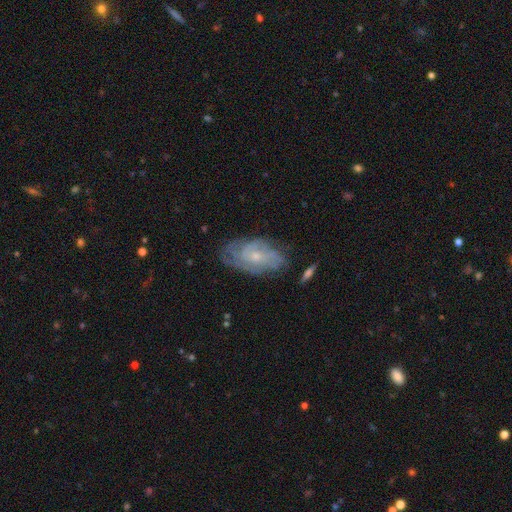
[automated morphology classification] The model was most divided on "spiral winding": tight: 61%, medium: 30%, loose: 9%. Remaining: edge-on disk — no (94%); spiral arms — yes (88%); smooth or featured — featured or disk (74%); bar — no (72%); merging — none (70%); bulge size — small (66%); spiral arm count — can't tell (49%).